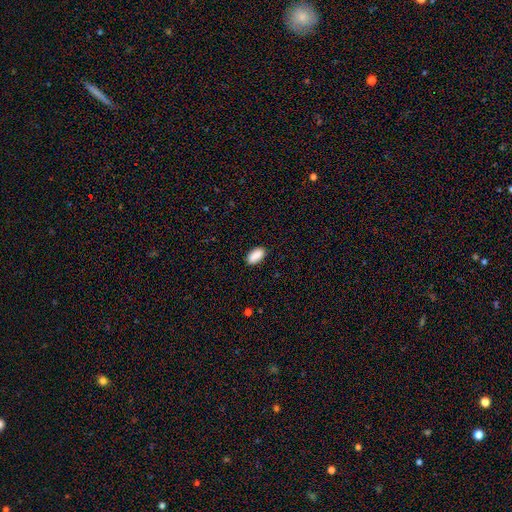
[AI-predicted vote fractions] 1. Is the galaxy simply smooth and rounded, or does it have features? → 90% smooth, 7% star or artifact, 3% featured or disk.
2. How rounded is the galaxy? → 93% in between, 4% cigar-shaped, 3% round.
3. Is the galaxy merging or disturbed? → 88% none, 9% minor disturbance, 2% major disturbance, 1% merger.